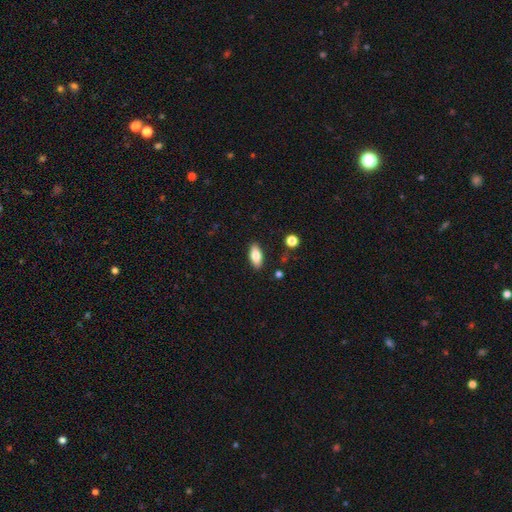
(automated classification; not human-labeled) This appears to be a smooth galaxy with no disk features (79%) that is in between round and cigar-shaped (86%). Merging: none (88%).